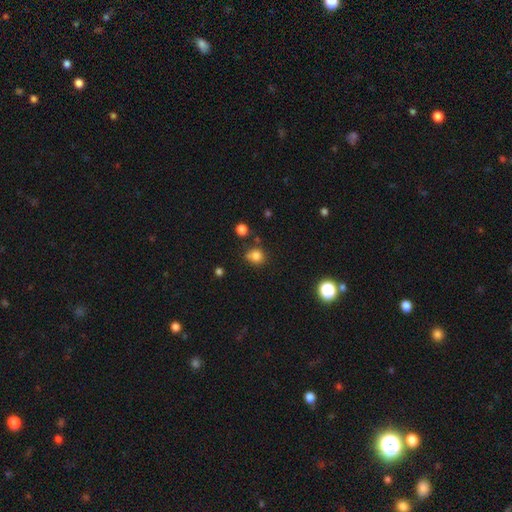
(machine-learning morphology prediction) This is clearly a smooth galaxy (81%). How rounded: likely round (78%). Merging: likely none (64%).